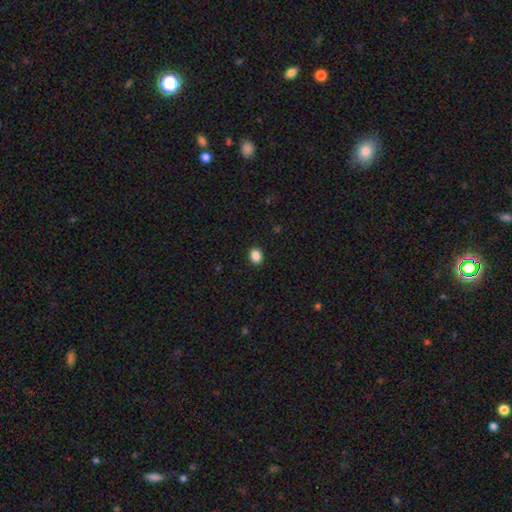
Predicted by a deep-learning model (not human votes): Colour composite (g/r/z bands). It shows a smooth galaxy with no disk features (87%) that is round (65%). Merging: none (92%).